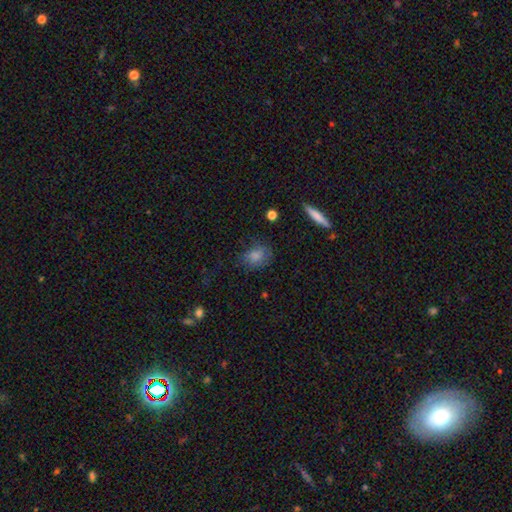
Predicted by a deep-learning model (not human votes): Overall: smooth (77%). How rounded: in between (63%; round 35%). Merging: none (63%; minor disturbance 24%).